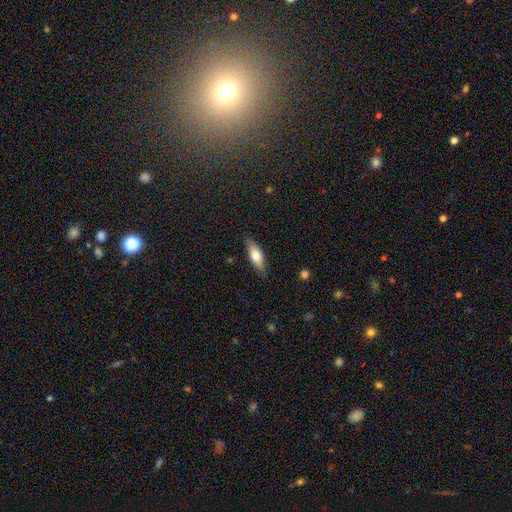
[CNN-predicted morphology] This is likely a smooth galaxy (66%). How rounded: possibly in between (55%). Merging: clearly none (84%).